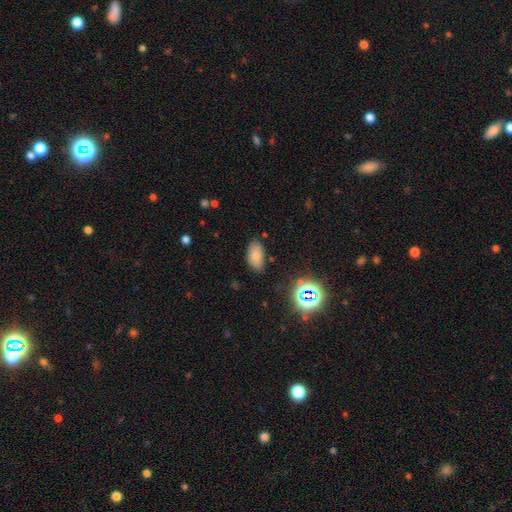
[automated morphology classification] A smooth galaxy with no disk features (78%) that is in between round and cigar-shaped (93%). Merging: none (80%).